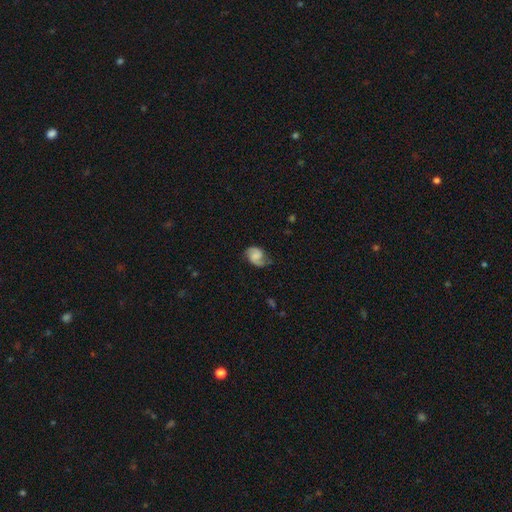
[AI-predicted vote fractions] This is possibly a featured or disk galaxy (57%). It is clearly not viewed edge-on (97%). Bar: possibly no (56%). Spiral arm pattern: clearly yes (92%). Spiral arm count: likely 2 (77%). Spiral winding: marginally medium (43%). Central bulge: marginally none (43%). Merging: possibly none (58%).